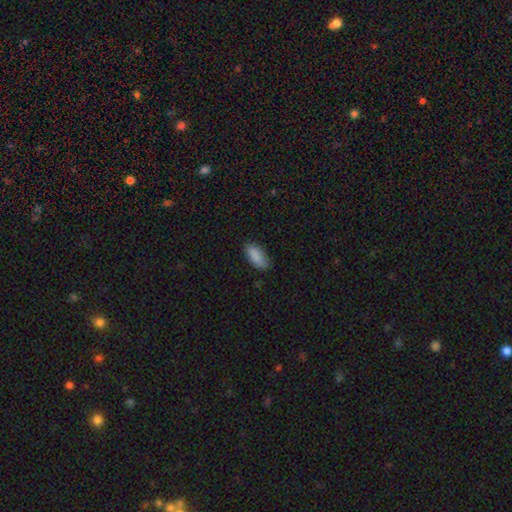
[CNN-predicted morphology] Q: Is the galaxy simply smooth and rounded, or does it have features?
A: smooth — 89%.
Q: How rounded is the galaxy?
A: in between — 81%.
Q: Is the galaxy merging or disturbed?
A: none — 79%.